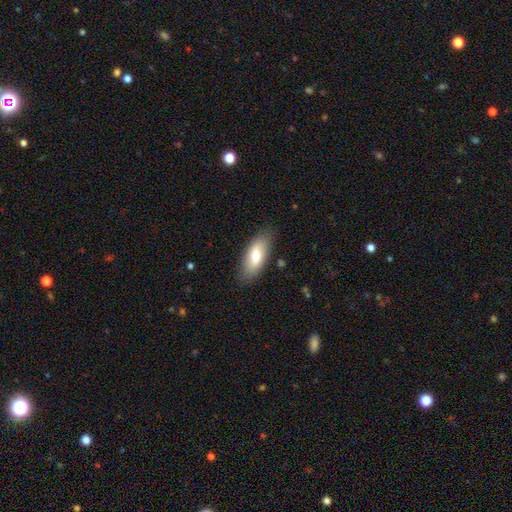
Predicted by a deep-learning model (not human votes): The model was most divided on "smooth or featured": smooth: 71%, featured or disk: 24%, star or artifact: 6%. More confident: merging — none (83%); how rounded — in between (82%).